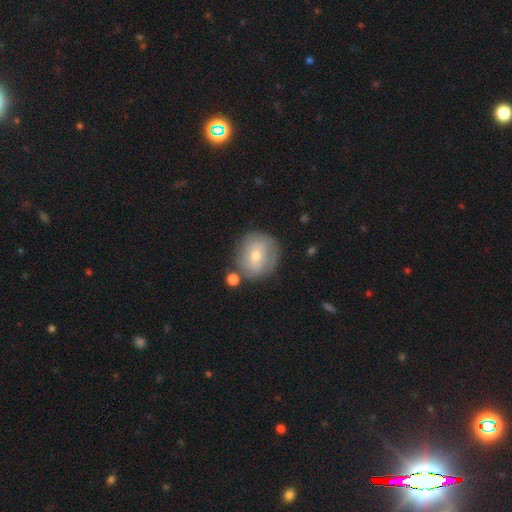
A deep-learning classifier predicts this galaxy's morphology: A smooth galaxy with no disk features (48%).

Vote fractions:
- Smooth or featured? smooth: 48% / featured or disk: 44% / star or artifact: 9%
- Merging? none: 71% / minor disturbance: 17% / merger: 7% / major disturbance: 5%